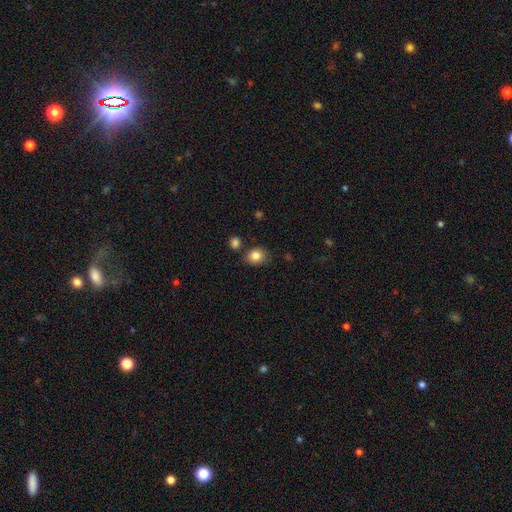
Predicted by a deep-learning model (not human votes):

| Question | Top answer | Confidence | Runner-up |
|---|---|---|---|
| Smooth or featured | smooth | 84% | star or artifact (10%) |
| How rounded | round | 66% | in between (33%) |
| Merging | none | 79% | minor disturbance (12%) |